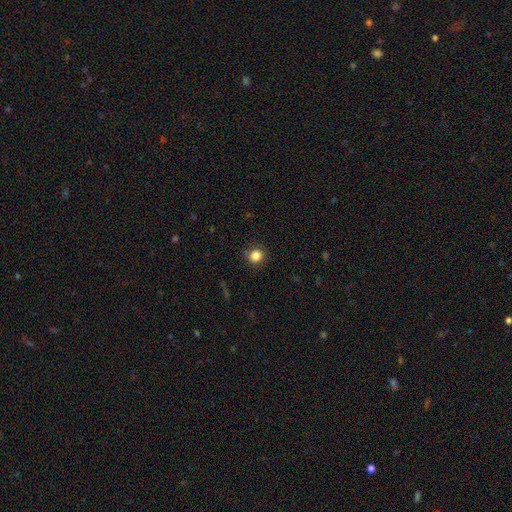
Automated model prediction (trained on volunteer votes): Smooth or featured?
  - smooth: 84% *
  - star or artifact: 11%
  - featured or disk: 5%
How rounded?
  - round: 89% *
  - in between: 10%
  - cigar-shaped: 1%
Merging?
  - none: 84% *
  - minor disturbance: 11%
  - major disturbance: 3%
  - merger: 1%